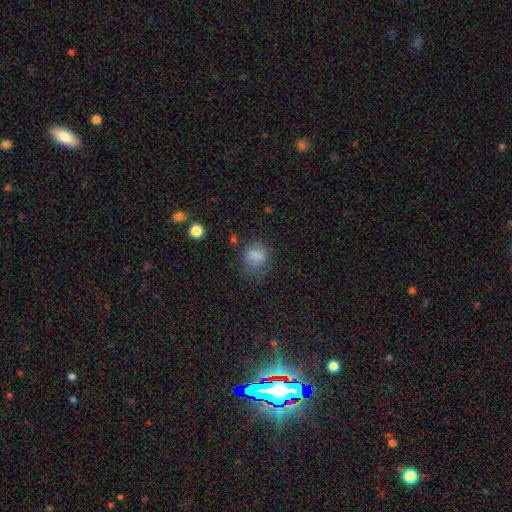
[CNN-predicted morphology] This appears to be a smooth galaxy with no disk features (77%) that is round (60%). Merging: none (52%).